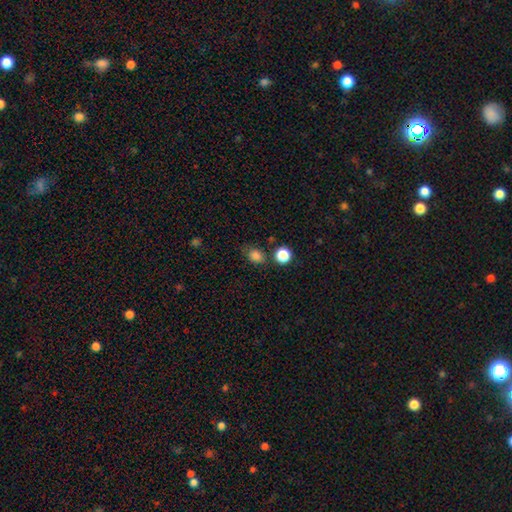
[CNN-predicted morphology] Smooth or featured?
  - smooth: 83% *
  - star or artifact: 13%
  - featured or disk: 5%
How rounded?
  - round: 54% *
  - in between: 45%
  - cigar-shaped: 1%
Merging?
  - none: 71% *
  - minor disturbance: 17%
  - merger: 7%
  - major disturbance: 4%